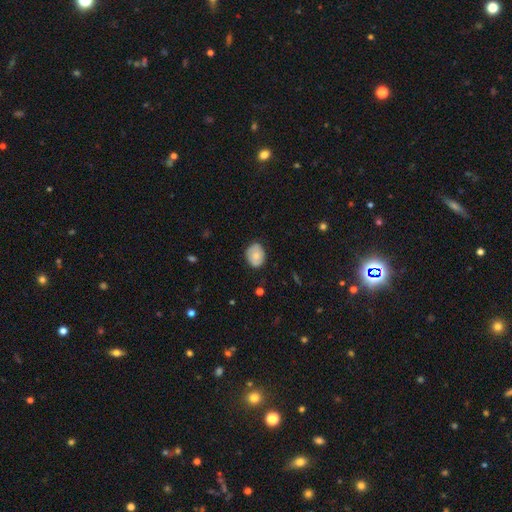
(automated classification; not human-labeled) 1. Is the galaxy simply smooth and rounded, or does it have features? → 71% smooth, 22% featured or disk, 7% star or artifact.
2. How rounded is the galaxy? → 55% in between, 44% round, 1% cigar-shaped.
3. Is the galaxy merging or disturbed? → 78% none, 18% minor disturbance, 3% major disturbance, 1% merger.